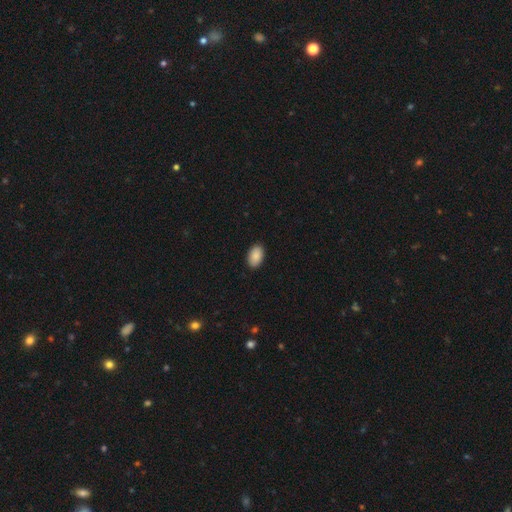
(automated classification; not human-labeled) This is clearly a smooth galaxy (90%). How rounded: clearly in between (94%). Merging: clearly none (90%).